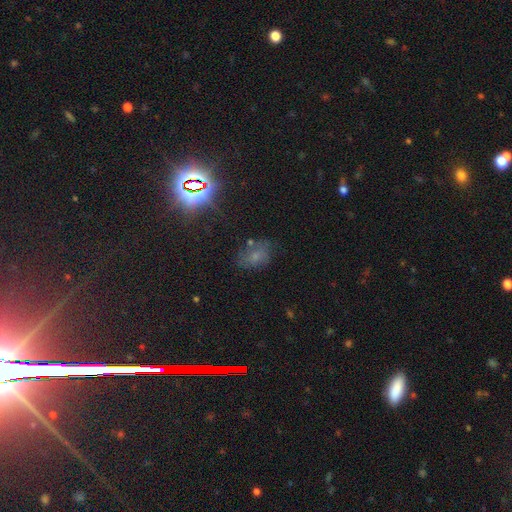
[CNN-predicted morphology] smooth 46%, star or artifact 33%, featured or disk 22%. Down the decision tree: merging — none (62%).